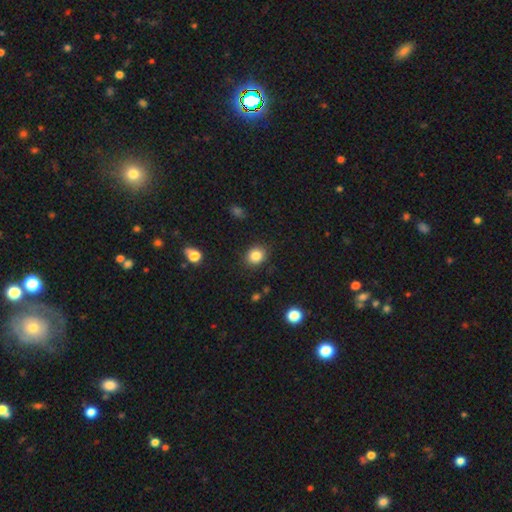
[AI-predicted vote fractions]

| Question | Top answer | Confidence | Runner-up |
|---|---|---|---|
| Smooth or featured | smooth | 85% | star or artifact (10%) |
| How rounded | round | 71% | in between (28%) |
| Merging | none | 88% | minor disturbance (8%) |